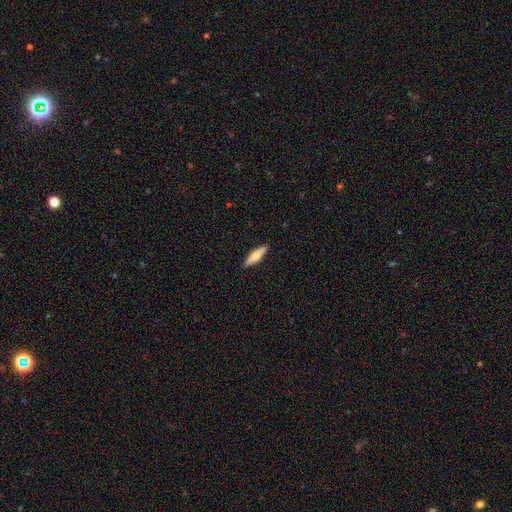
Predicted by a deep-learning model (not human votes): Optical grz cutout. It shows a smooth galaxy with no disk features (54%) that is cigar-shaped (72%). Merging: none (90%).